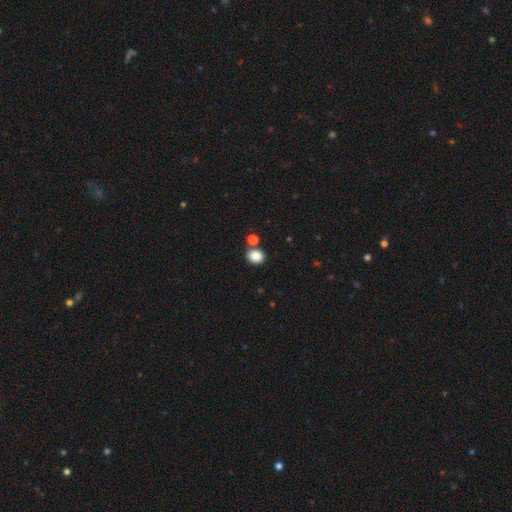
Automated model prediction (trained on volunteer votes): A smooth galaxy with no disk features (85%) that is round (70%). Merging: none (73%).